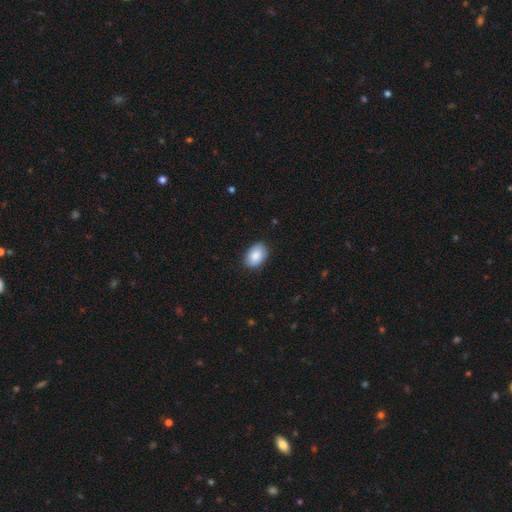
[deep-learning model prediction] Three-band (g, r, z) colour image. It shows a smooth galaxy with no disk features (88%) that is in between round and cigar-shaped (86%). Merging: none (85%).